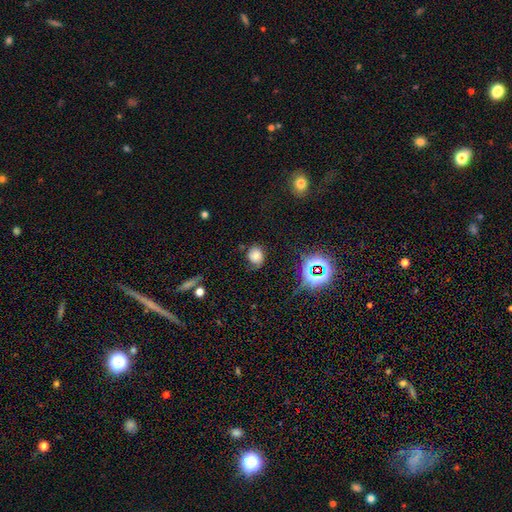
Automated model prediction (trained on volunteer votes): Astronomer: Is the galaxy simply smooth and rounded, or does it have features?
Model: smooth — 67%.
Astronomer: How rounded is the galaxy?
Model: round — 62% (runner-up: in between, 37%).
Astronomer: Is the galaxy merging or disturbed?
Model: none — 61%.